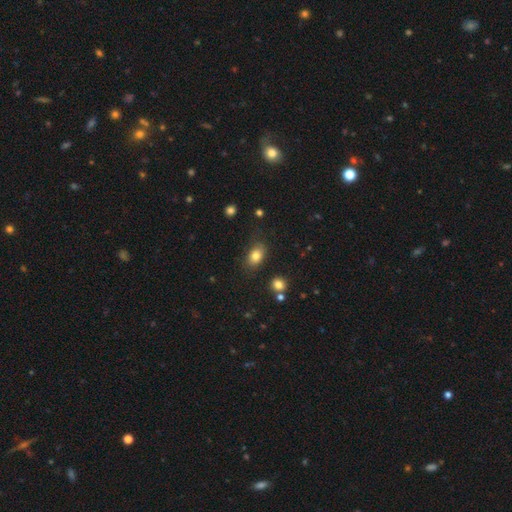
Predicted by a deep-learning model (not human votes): Overall: smooth (80%). How rounded: in between (81%). Merging: none (77%).